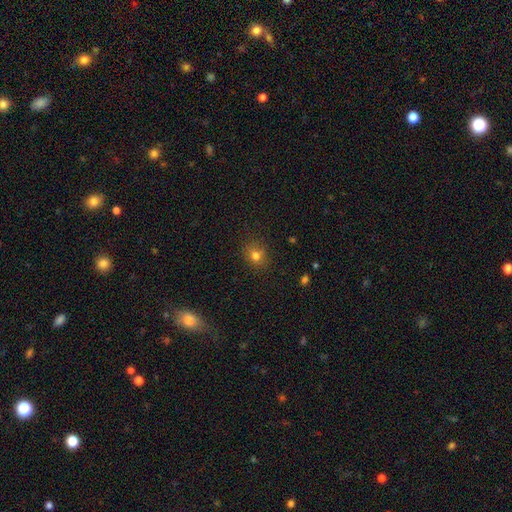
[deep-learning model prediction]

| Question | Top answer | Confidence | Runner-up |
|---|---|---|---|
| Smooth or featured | smooth | 76% | star or artifact (16%) |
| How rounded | round | 71% | in between (28%) |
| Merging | none | 81% | minor disturbance (12%) |